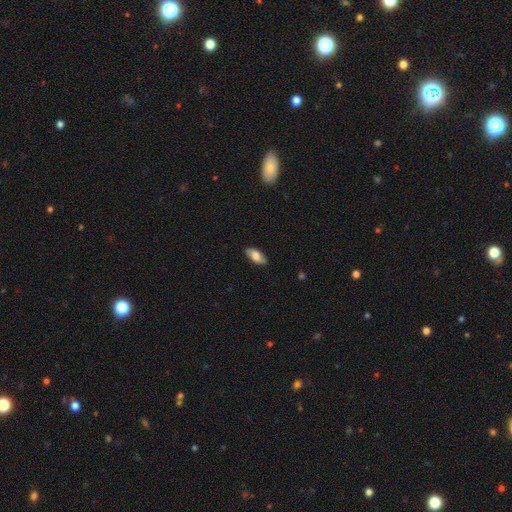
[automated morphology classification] smooth 68%, featured or disk 25%, star or artifact 7%. Down the decision tree: how rounded — in between (88%); merging — none (83%).